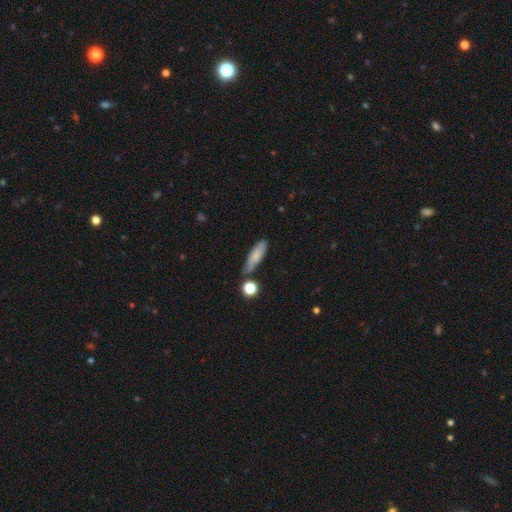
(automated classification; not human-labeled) The model was most divided on "how rounded": cigar-shaped: 59%, in between: 38%, round: 3%. More confident: smooth or featured — smooth (77%); merging — none (68%).